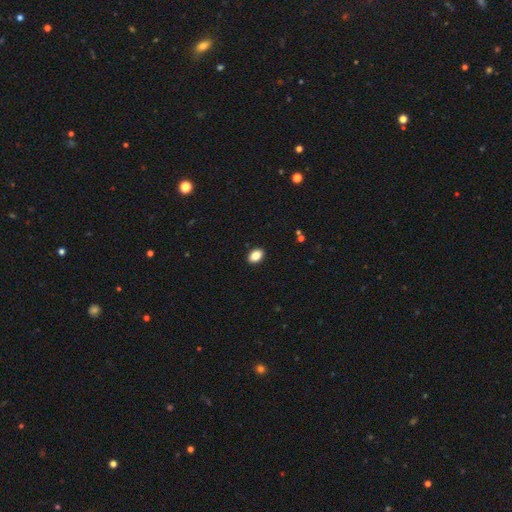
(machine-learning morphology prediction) smooth 85%, star or artifact 9%, featured or disk 6%. Down the decision tree: how rounded — in between (83%); merging — none (91%).